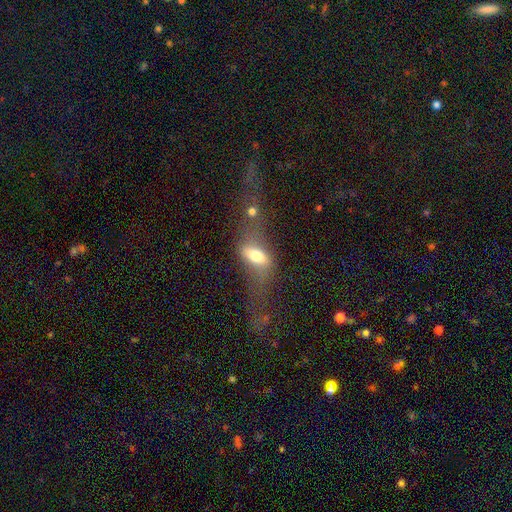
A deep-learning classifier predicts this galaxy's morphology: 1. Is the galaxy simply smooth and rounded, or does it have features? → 55% smooth, 36% featured or disk, 9% star or artifact.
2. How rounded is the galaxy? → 74% in between, 18% cigar-shaped, 8% round.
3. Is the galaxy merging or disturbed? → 36% major disturbance, 27% none, 21% merger, 17% minor disturbance.